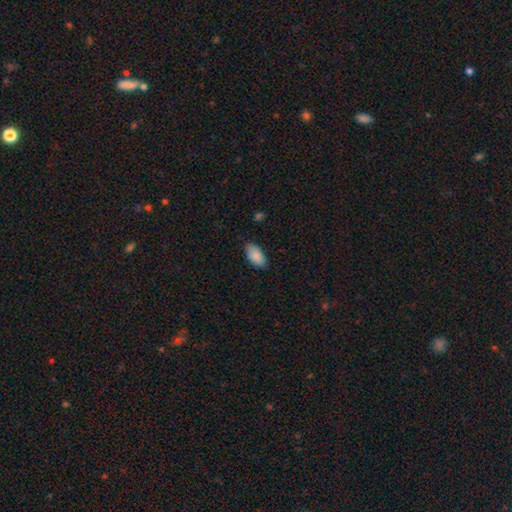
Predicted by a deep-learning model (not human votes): This appears to be a smooth galaxy with no disk features (86%) that is in between round and cigar-shaped (94%). Merging: none (81%).